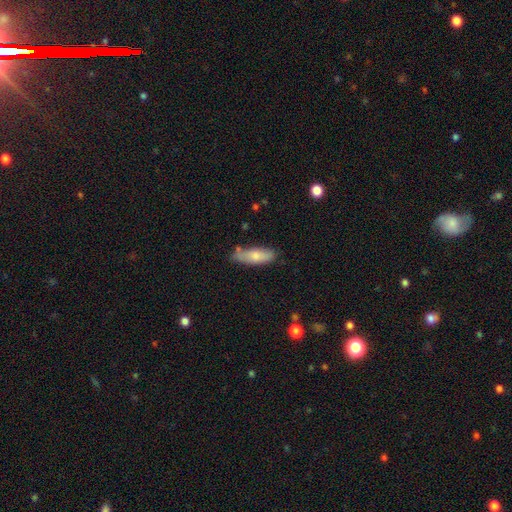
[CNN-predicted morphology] The model was most divided on "how rounded": in between: 56%, cigar-shaped: 42%, round: 2%. More confident: smooth or featured — smooth (75%); merging — none (69%).